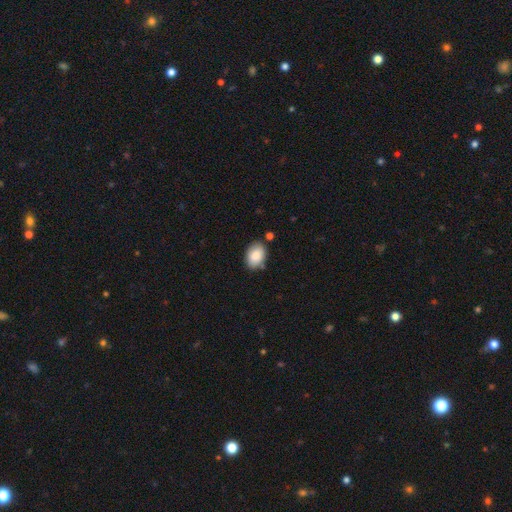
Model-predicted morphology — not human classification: Smooth or featured? Predicted: smooth (p=0.87). How rounded? Predicted: in between (p=0.84). Merging? Predicted: none (p=0.77).